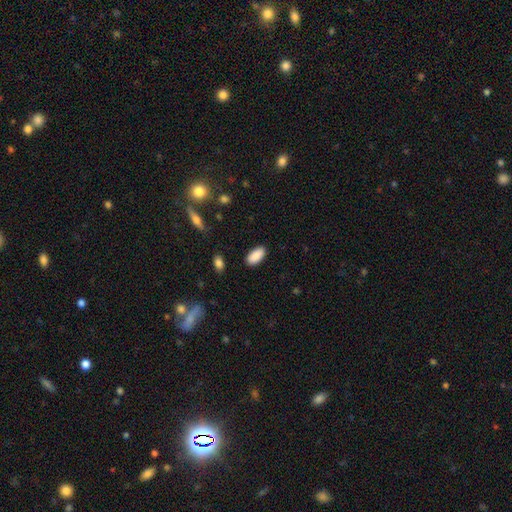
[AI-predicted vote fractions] Smooth or featured?
  - smooth: 89% *
  - star or artifact: 7%
  - featured or disk: 4%
How rounded?
  - in between: 93% *
  - cigar-shaped: 5%
  - round: 2%
Merging?
  - none: 88% *
  - minor disturbance: 9%
  - major disturbance: 2%
  - merger: 1%